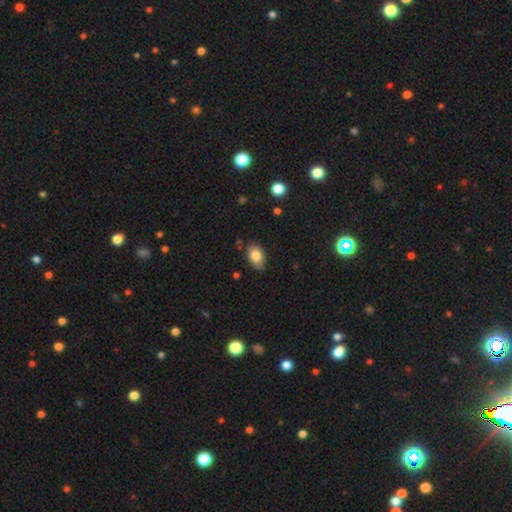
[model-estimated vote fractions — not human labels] Smooth or featured? Predicted: smooth (p=0.82). How rounded? Predicted: in between (p=0.91). Merging? Predicted: none (p=0.82).